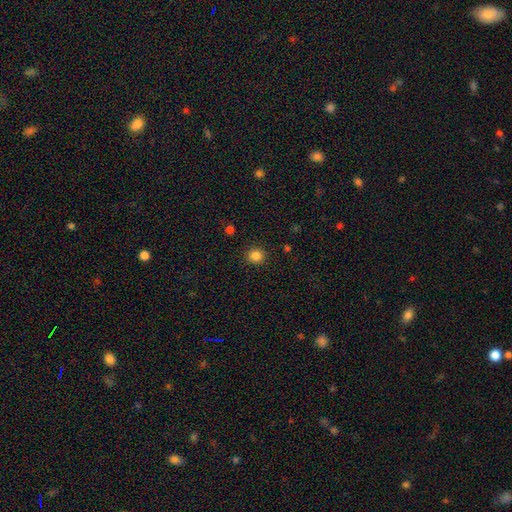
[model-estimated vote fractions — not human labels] This appears to be a smooth galaxy with no disk features (85%) that is round (90%). Merging: none (91%).